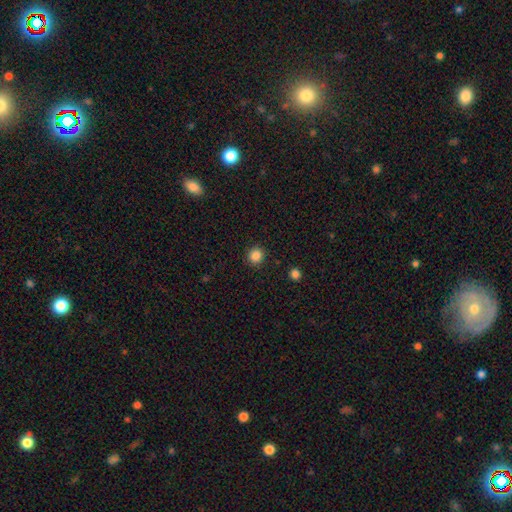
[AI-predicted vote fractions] This is clearly a smooth galaxy (86%). How rounded: clearly round (92%). Merging: clearly none (91%).